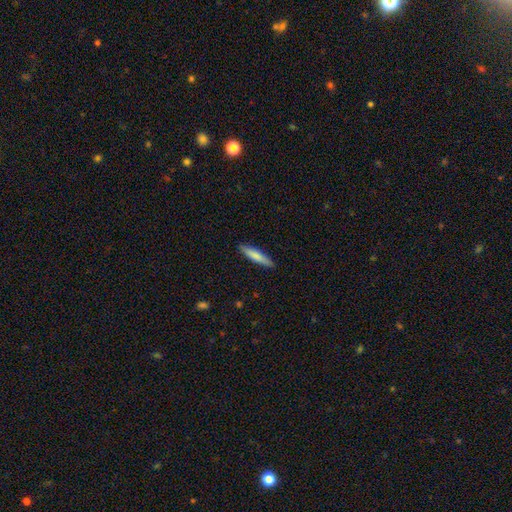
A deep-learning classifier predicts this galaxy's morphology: Smooth or featured? Predicted: smooth (p=0.79). How rounded? Predicted: cigar-shaped (p=0.83). Merging? Predicted: none (p=0.90).